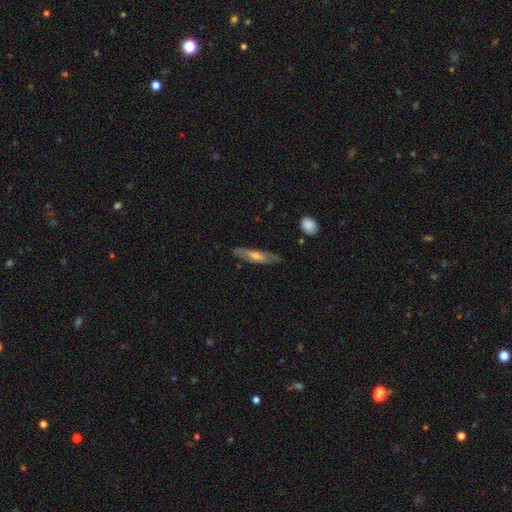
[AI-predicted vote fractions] Morphology: type=featured or disk (53%); edge-on=yes (59%); merging=none (77%).